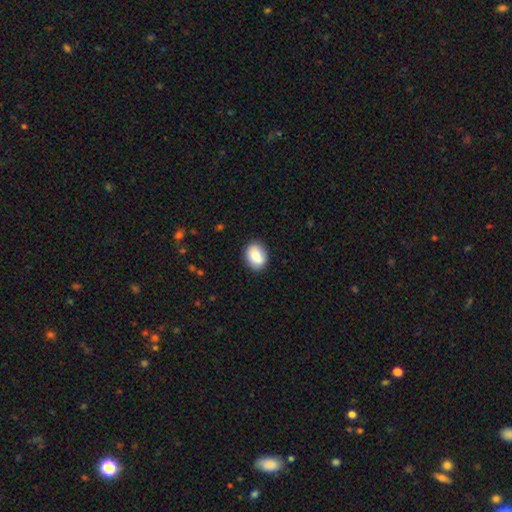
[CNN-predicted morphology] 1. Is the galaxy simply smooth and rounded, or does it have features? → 83% smooth, 10% featured or disk, 7% star or artifact.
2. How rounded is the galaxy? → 60% in between, 39% round, 1% cigar-shaped.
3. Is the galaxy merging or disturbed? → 85% none, 11% minor disturbance, 2% major disturbance, 1% merger.